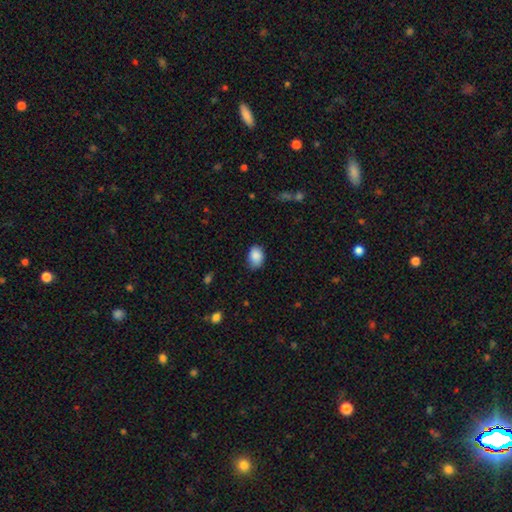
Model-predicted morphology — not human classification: A smooth galaxy with no disk features (88%) that is in between round and cigar-shaped (77%).

Vote fractions:
- Smooth or featured? smooth: 88% / star or artifact: 8% / featured or disk: 5%
- How rounded? in between: 77% / round: 22% / cigar-shaped: 1%
- Merging? none: 69% / minor disturbance: 26% / major disturbance: 4% / merger: 1%